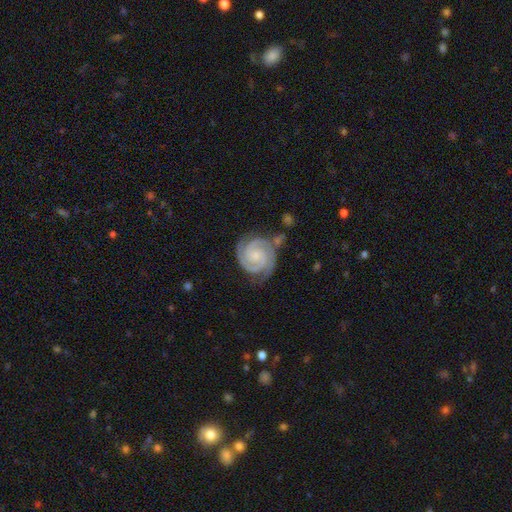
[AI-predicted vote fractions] smooth_or_featured: featured or disk (p=0.92) [alt: smooth p=0.04]
disk_edge_on: no (p=0.98) [alt: yes p=0.02]
bar: no (p=0.62) [alt: weak p=0.29]
has_spiral_arms: yes (p=0.99) [alt: no p=0.01]
spiral_winding: tight (p=0.78) [alt: medium p=0.20]
spiral_arm_count: 2 (p=0.82) [alt: 3 p=0.11]
bulge_size: small (p=0.49) [alt: moderate p=0.26]
merging: none (p=0.74) [alt: minor disturbance p=0.17]